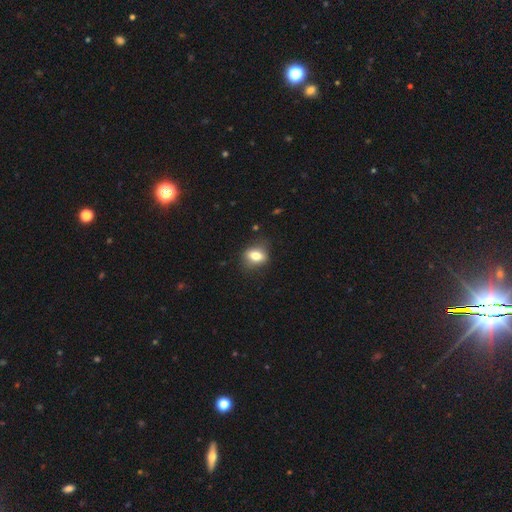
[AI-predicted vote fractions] The model was most divided on "how rounded": in between: 65%, round: 32%, cigar-shaped: 3%. More confident: merging — none (80%); smooth or featured — smooth (72%).